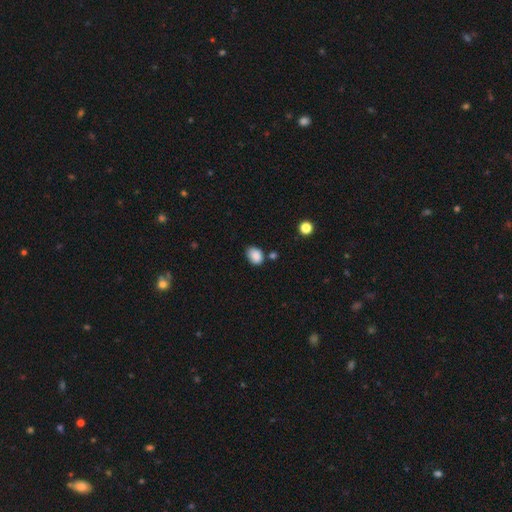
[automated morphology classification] smooth_or_featured: smooth (p=0.87) [alt: star or artifact p=0.09]
how_rounded: in between (p=0.71) [alt: round p=0.28]
merging: none (p=0.70) [alt: minor disturbance p=0.20]